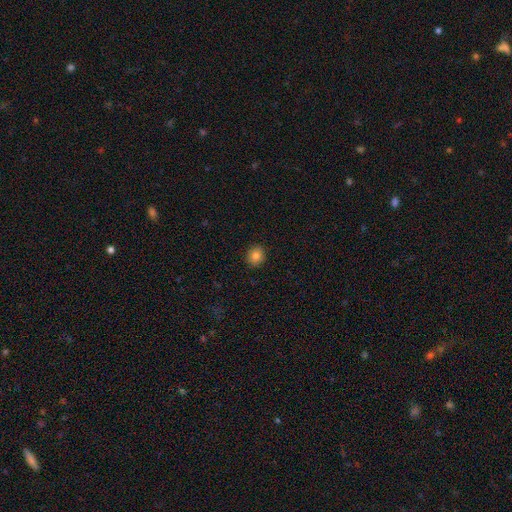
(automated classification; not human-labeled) Smooth or featured?
  - smooth: 83% *
  - star or artifact: 11%
  - featured or disk: 6%
How rounded?
  - round: 81% *
  - in between: 18%
  - cigar-shaped: 1%
Merging?
  - none: 90% *
  - minor disturbance: 7%
  - major disturbance: 2%
  - merger: 1%